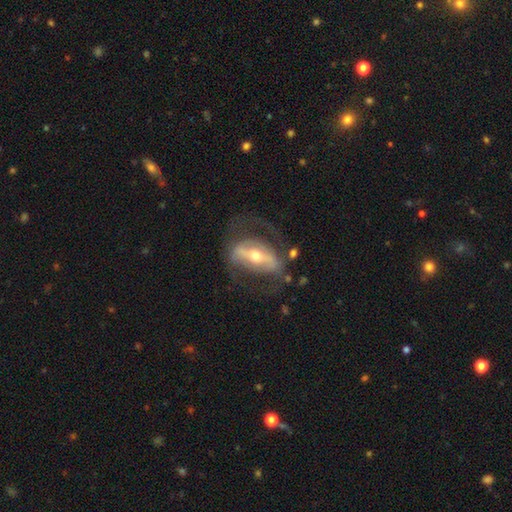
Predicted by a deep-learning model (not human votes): Q: Smooth or featured?
A: featured or disk (78%); runner-up: smooth (16%)
Q: Edge-on disk?
A: no (83%); runner-up: yes (17%)
Q: Bar?
A: strong (63%); runner-up: weak (22%)
Q: Spiral arms?
A: yes (59%); runner-up: no (41%)
Q: Bulge size?
A: moderate (58%); runner-up: small (36%)
Q: Merging?
A: none (55%); runner-up: major disturbance (23%)